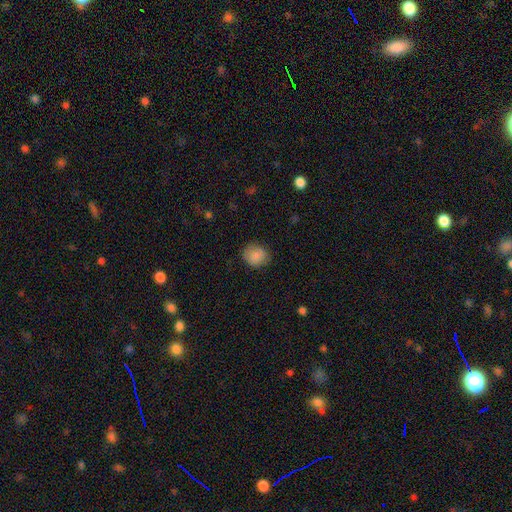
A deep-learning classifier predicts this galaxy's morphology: Smooth or featured?
  - smooth: 86% *
  - star or artifact: 8%
  - featured or disk: 6%
How rounded?
  - round: 74% *
  - in between: 25%
  - cigar-shaped: 1%
Merging?
  - none: 81% *
  - minor disturbance: 14%
  - major disturbance: 4%
  - merger: 1%